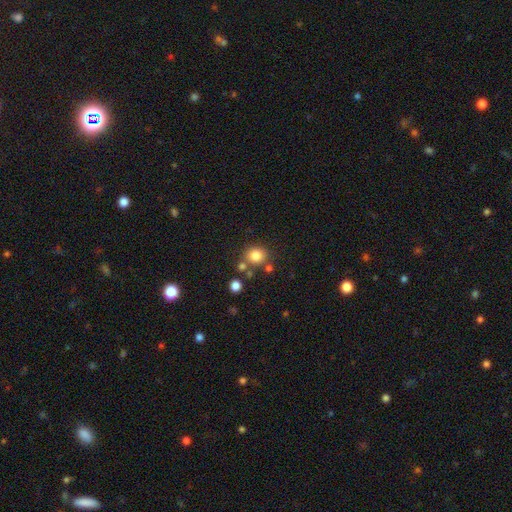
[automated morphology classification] Smooth or featured? Predicted: smooth (p=0.81). How rounded? Predicted: round (p=0.84). Merging? Predicted: none (p=0.73).